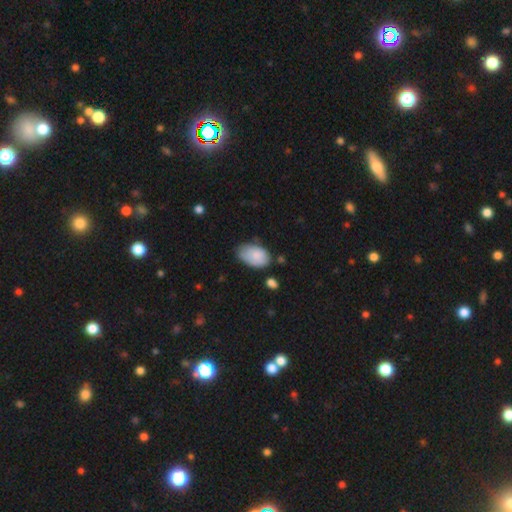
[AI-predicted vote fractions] Smooth or featured: smooth — 83% (featured or disk — 10%)
How rounded: in between — 92% (round — 6%)
Merging: none — 52% (minor disturbance — 36%)